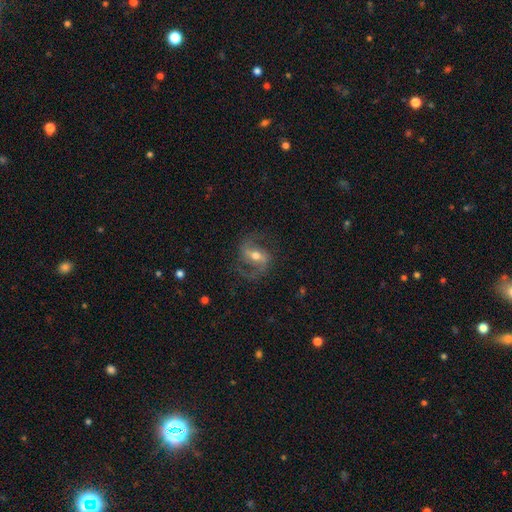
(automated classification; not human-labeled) A featured or disk galaxy (84%) with a weak bar (43%), 2 (91%) medium (53%) spiral arms (95%) and a moderate central bulge (69%). Merging: none (75%).